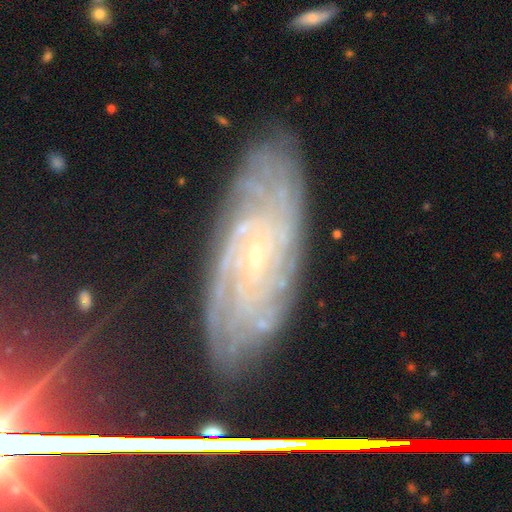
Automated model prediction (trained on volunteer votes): Q: Smooth or featured?
A: featured or disk (80%); runner-up: smooth (10%)
Q: Edge-on disk?
A: no (90%); runner-up: yes (10%)
Q: Bar?
A: weak (46%); runner-up: no (37%)
Q: Spiral arms?
A: yes (95%); runner-up: no (5%)
Q: Spiral winding?
A: tight (73%); runner-up: medium (21%)
Q: Spiral arm count?
A: can't tell (44%); runner-up: 4 (14%)
Q: Bulge size?
A: small (81%); runner-up: moderate (11%)
Q: Merging?
A: none (77%); runner-up: minor disturbance (16%)